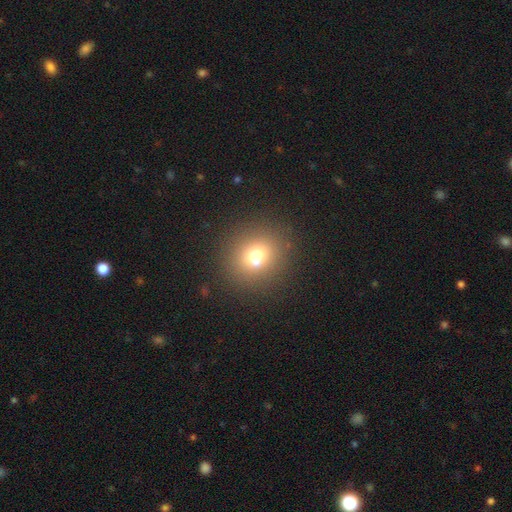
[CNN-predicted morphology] A smooth galaxy with no disk features (69%) that is round (77%). Merging: none (72%).